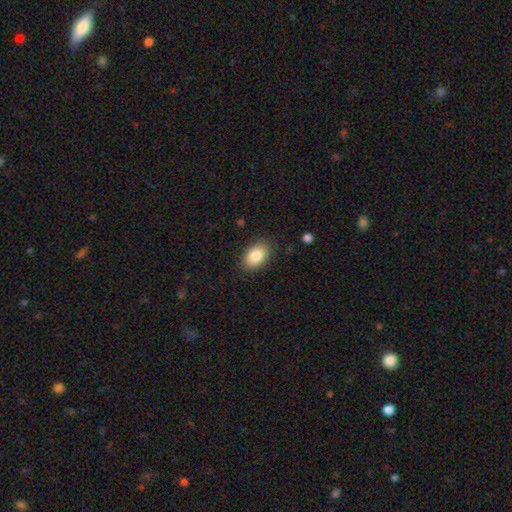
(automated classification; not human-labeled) Smooth or featured? Predicted: smooth (p=0.85). How rounded? Predicted: in between (p=0.89). Merging? Predicted: none (p=0.86).